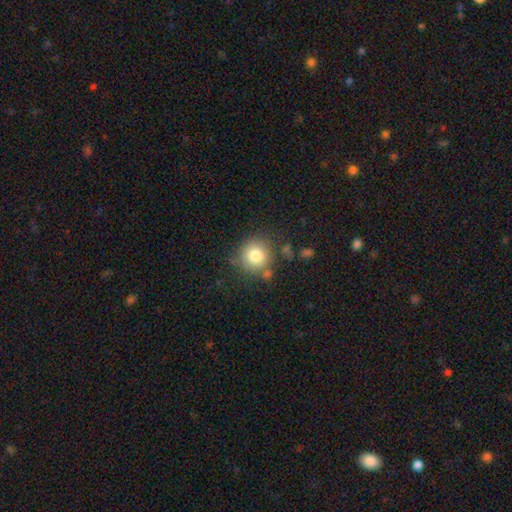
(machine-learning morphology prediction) This is likely a smooth galaxy (80%). How rounded: clearly round (92%). Merging: likely none (77%).